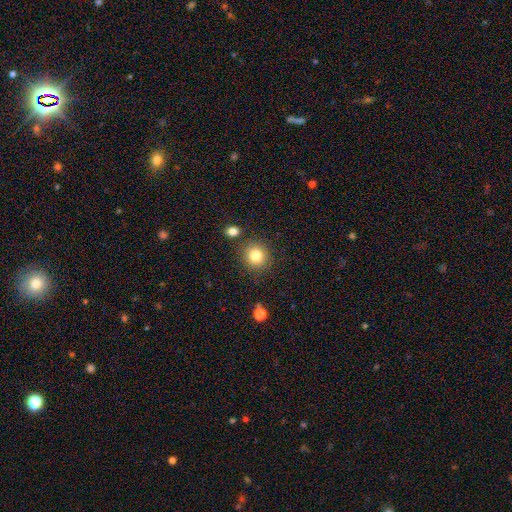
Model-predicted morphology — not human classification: Overall: smooth (83%). How rounded: round (88%). Merging: none (84%).